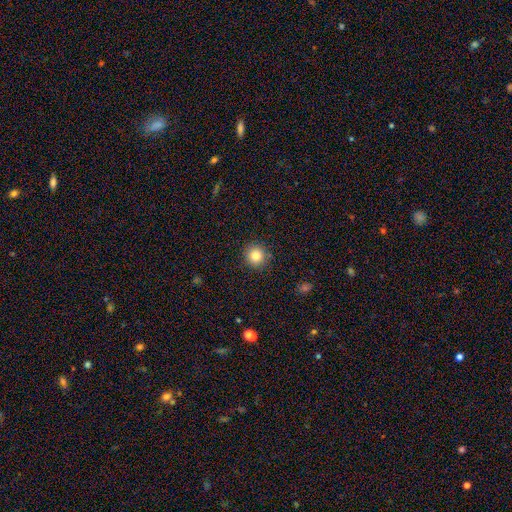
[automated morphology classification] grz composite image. It shows a smooth galaxy with no disk features (82%) that is round (93%). Merging: none (90%).